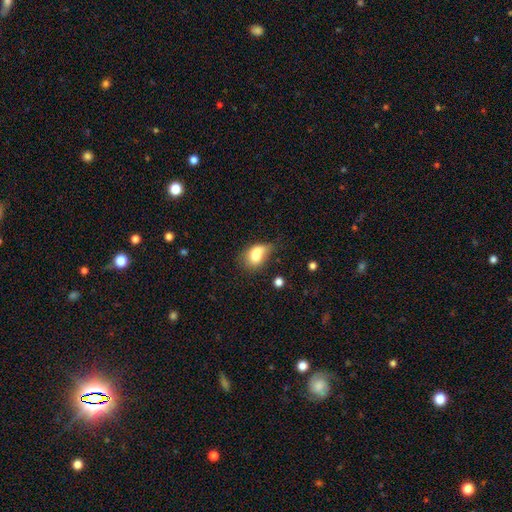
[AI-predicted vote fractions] Smooth or featured?
  - smooth: 76% *
  - featured or disk: 15%
  - star or artifact: 9%
How rounded?
  - in between: 79% *
  - round: 19%
  - cigar-shaped: 2%
Merging?
  - minor disturbance: 38% *
  - none: 34%
  - major disturbance: 19%
  - merger: 9%